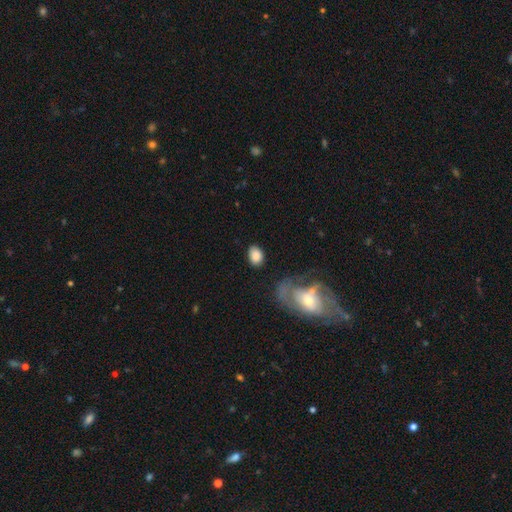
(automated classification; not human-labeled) A smooth galaxy with no disk features (85%) that is in between round and cigar-shaped (77%). Merging: none (77%).